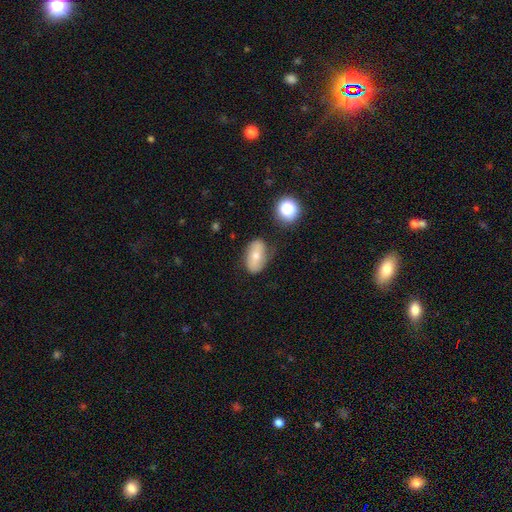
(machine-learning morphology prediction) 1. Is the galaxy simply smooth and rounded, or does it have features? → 57% smooth, 33% featured or disk, 10% star or artifact.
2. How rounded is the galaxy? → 88% in between, 9% round, 3% cigar-shaped.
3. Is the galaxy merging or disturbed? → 60% none, 26% minor disturbance, 9% major disturbance, 4% merger.